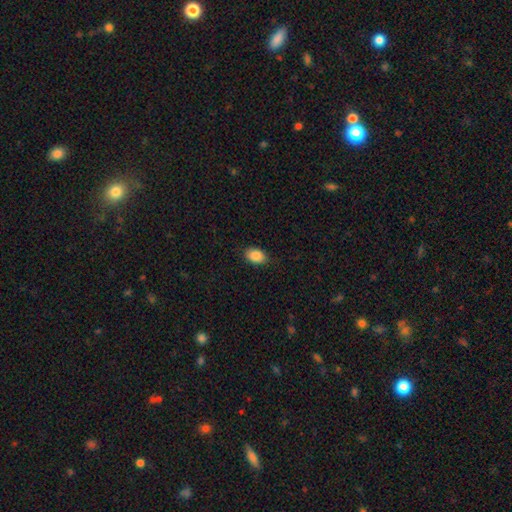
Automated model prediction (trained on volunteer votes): Smooth or featured? Predicted: smooth (p=0.88). How rounded? Predicted: in between (p=0.85). Merging? Predicted: none (p=0.84).